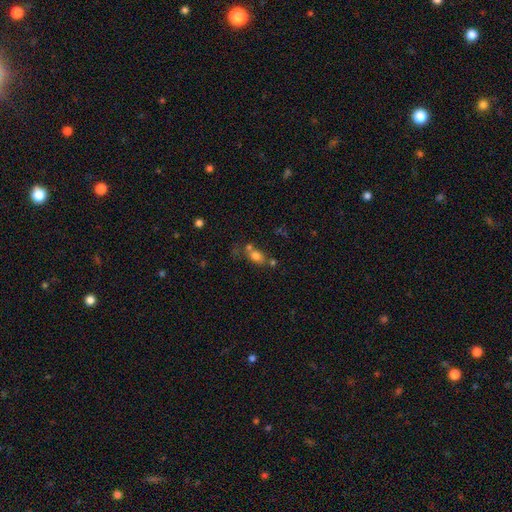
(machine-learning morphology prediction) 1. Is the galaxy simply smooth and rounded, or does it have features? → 73% smooth, 14% featured or disk, 13% star or artifact.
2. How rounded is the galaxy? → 62% in between, 35% round, 3% cigar-shaped.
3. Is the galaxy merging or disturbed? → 44% none, 35% merger, 14% minor disturbance, 7% major disturbance.